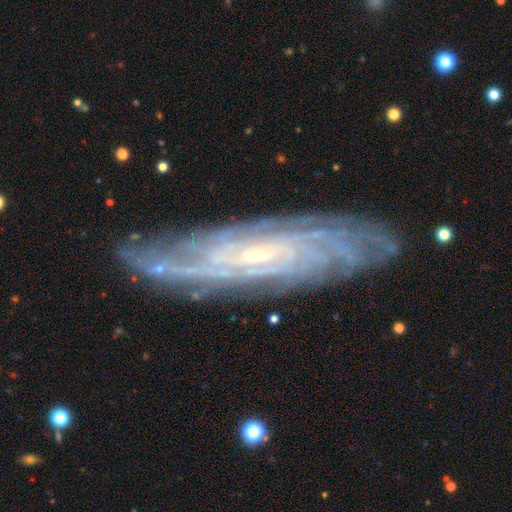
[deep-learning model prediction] Morphology: type=featured or disk (85%); edge-on=no (78%); bar=no (52%); spiral arms=yes (97%); winding=tight (74%); arm count=can't tell (43%); bulge=small (78%); merging=none (82%).